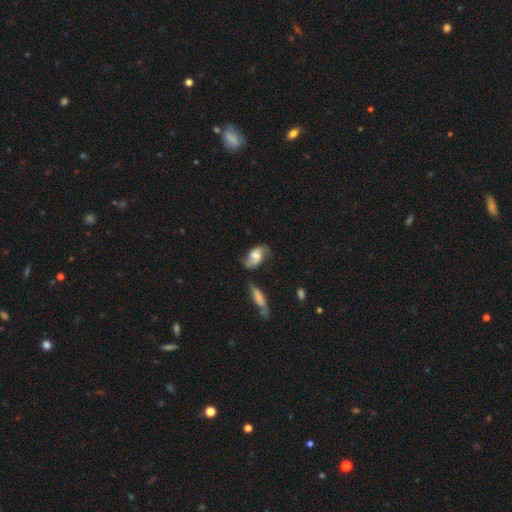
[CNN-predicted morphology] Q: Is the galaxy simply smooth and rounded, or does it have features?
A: featured or disk — 61%.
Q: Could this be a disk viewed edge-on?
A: no — 94%.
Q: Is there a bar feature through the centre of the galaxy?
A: no — 49%.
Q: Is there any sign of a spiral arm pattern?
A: yes — 89%.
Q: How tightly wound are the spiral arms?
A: loose — 43%.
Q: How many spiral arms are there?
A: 2 — 84%.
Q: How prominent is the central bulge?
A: moderate — 45%.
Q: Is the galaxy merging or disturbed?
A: none — 57%.